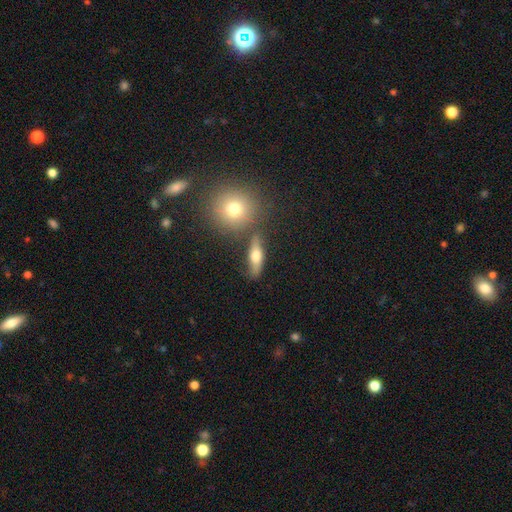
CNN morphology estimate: Smooth or featured?
  - smooth: 56% *
  - featured or disk: 35%
  - star or artifact: 10%
How rounded?
  - in between: 45% *
  - cigar-shaped: 43%
  - round: 12%
Merging?
  - none: 75% *
  - minor disturbance: 12%
  - merger: 9%
  - major disturbance: 4%